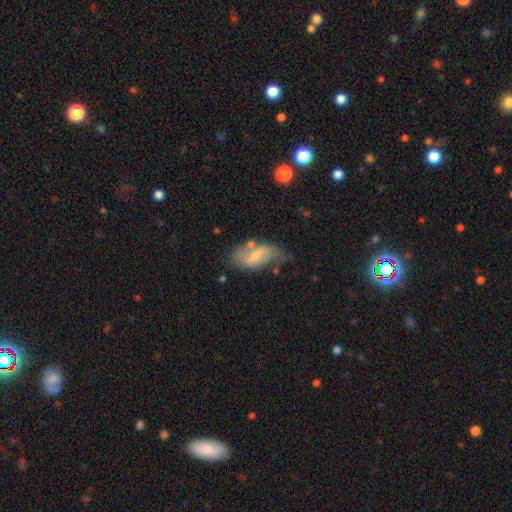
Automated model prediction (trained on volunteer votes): smooth-or-featured: featured or disk: 59% | smooth: 34% | star or artifact: 7%
  disk-edge-on: no: 93% | yes: 7%
    bar: weak: 48% | strong: 33% | no: 19%
    has-spiral-arms: yes: 71% | no: 29%
    bulge-size: small: 51% | moderate: 39% | none: 7% | large: 3% | dominant: 1%
  merging: none: 53% | minor disturbance: 29% | major disturbance: 11% | merger: 7%